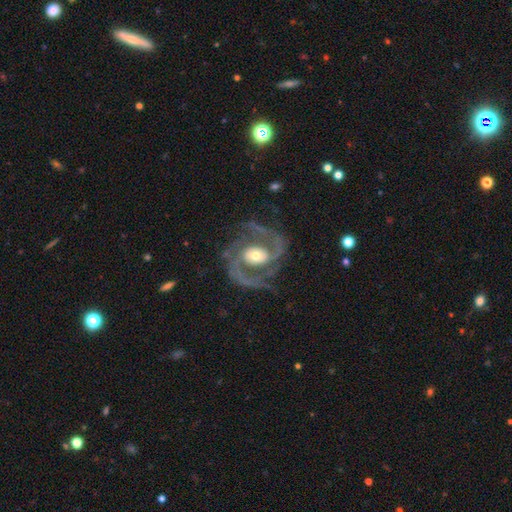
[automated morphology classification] This is clearly a featured or disk galaxy (92%). It is clearly not viewed edge-on (98%). Bar: possibly no (54%). Spiral arm pattern: clearly yes (98%). Spiral arm count: clearly 2 (84%). Spiral winding: possibly medium (58%). Central bulge: possibly moderate (56%). Merging: likely none (74%).